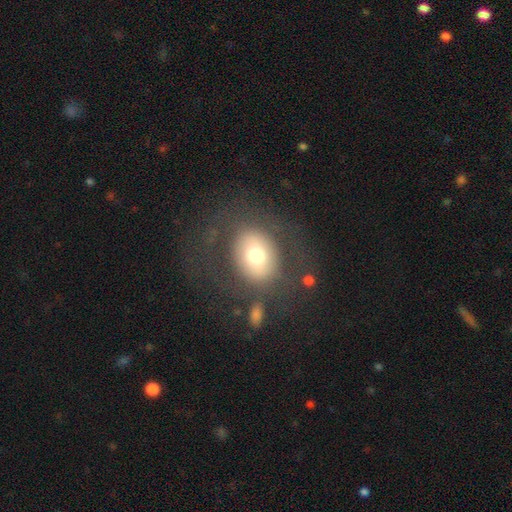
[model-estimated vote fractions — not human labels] Overall: smooth (64%; featured or disk 27%). How rounded: round (54%; in between 45%). Merging: none (69%).